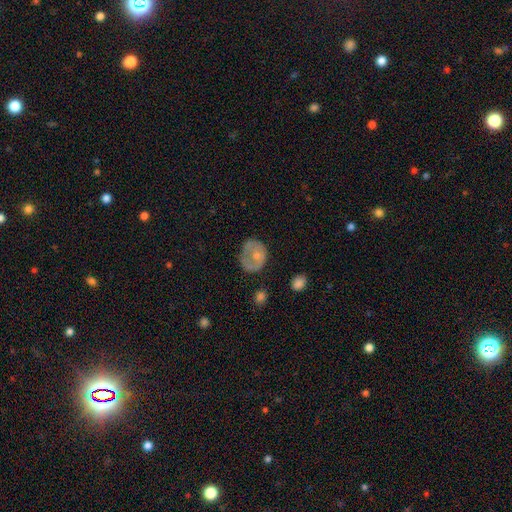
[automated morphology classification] Smooth or featured? smooth (53%)
How rounded? round (57%)
Merging? none (49%)